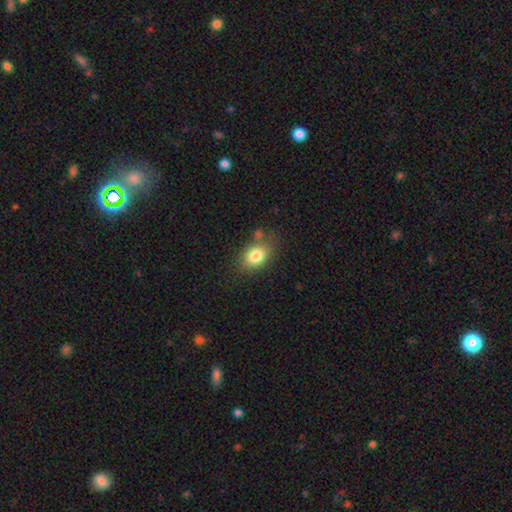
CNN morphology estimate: Q: Smooth or featured?
A: smooth (82%); runner-up: featured or disk (9%)
Q: How rounded?
A: in between (76%); runner-up: round (22%)
Q: Merging?
A: none (70%); runner-up: minor disturbance (17%)